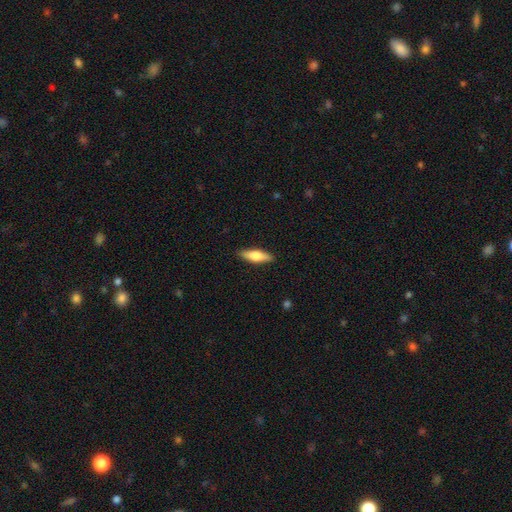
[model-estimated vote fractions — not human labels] Q: Smooth or featured?
A: smooth (60%); runner-up: featured or disk (34%)
Q: How rounded?
A: cigar-shaped (50%); runner-up: in between (47%)
Q: Merging?
A: none (88%); runner-up: minor disturbance (9%)